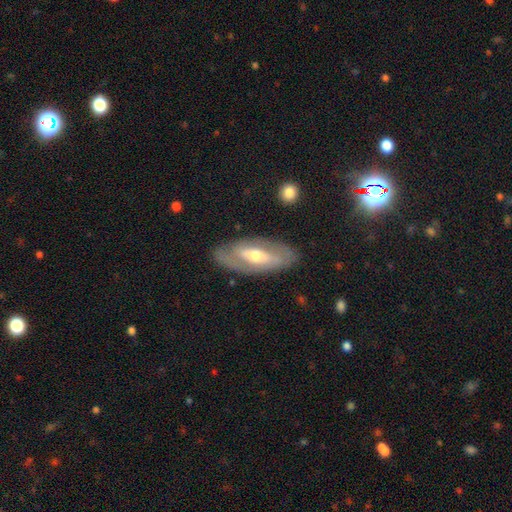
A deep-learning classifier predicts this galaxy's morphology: A featured or disk galaxy (67%) with a strong bar (36%), spiral arms (51%) and a moderate central bulge (62%). Merging: none (81%).